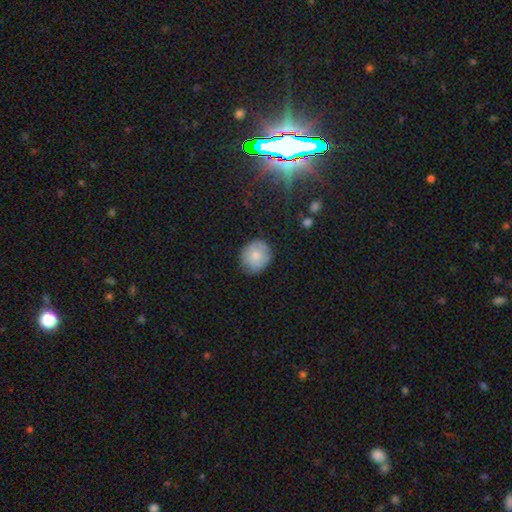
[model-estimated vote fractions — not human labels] smooth_or_featured: smooth (p=0.78) [alt: featured or disk p=0.15]
how_rounded: round (p=0.83) [alt: in between p=0.16]
merging: none (p=0.79) [alt: minor disturbance p=0.17]